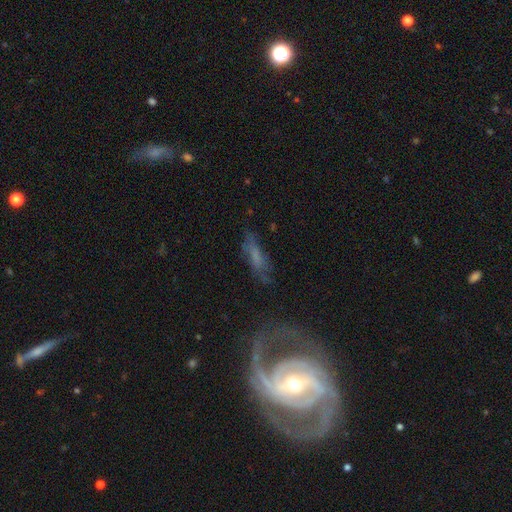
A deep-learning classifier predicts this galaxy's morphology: Smooth or featured? Predicted: smooth (p=0.50). How rounded? Predicted: cigar-shaped (p=0.60). Merging? Predicted: none (p=0.57).